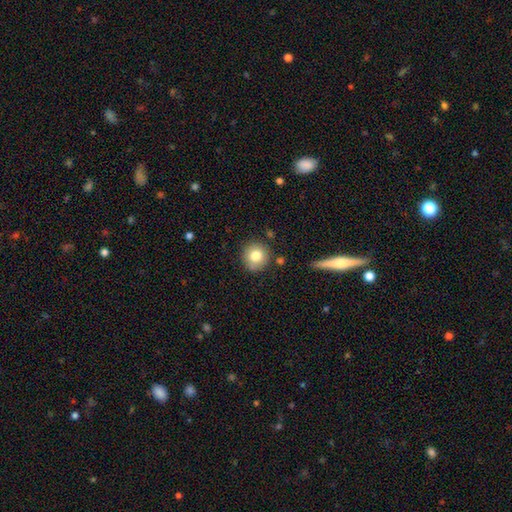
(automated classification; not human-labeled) smooth 80%, featured or disk 11%, star or artifact 10%. Down the decision tree: how rounded — round (93%); merging — none (83%).